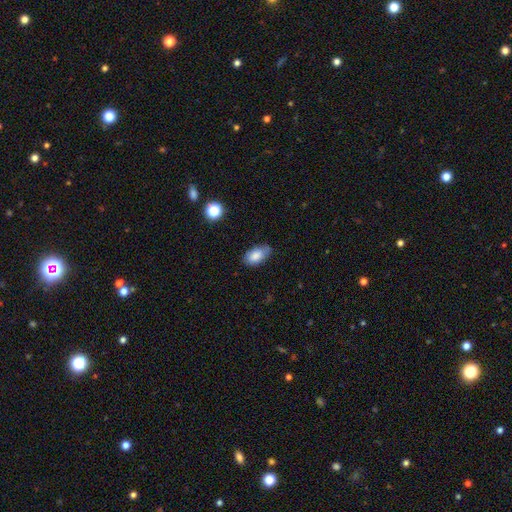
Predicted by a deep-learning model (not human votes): This is clearly a smooth galaxy (83%). How rounded: clearly in between (93%). Merging: likely none (67%).